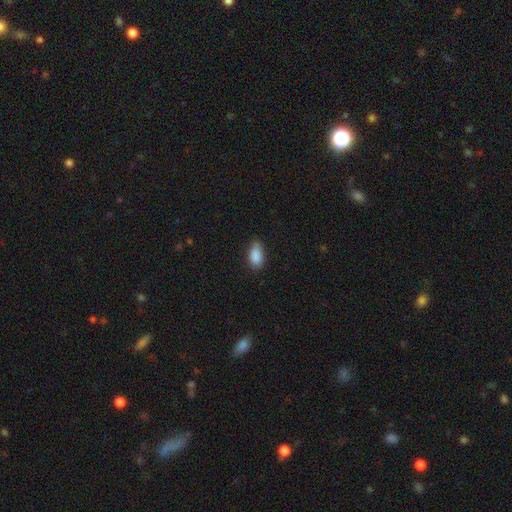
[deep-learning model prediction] This is clearly a smooth galaxy (89%). How rounded: clearly in between (92%). Merging: likely none (77%).